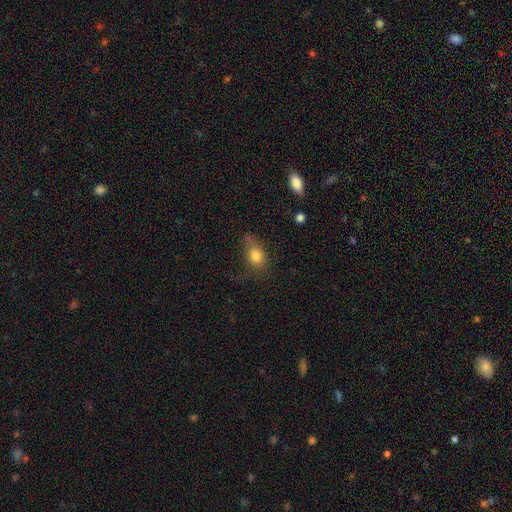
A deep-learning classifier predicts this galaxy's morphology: A smooth galaxy with no disk features (78%) that is in between round and cigar-shaped (63%). Merging: none (46%).